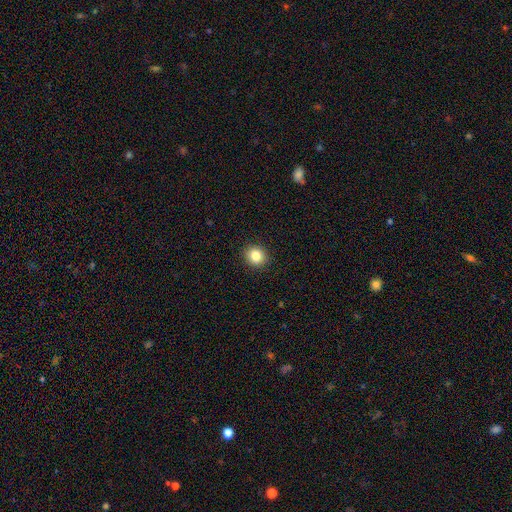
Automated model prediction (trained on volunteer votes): Morphology: type=smooth (84%); roundness=round (78%); merging=none (91%).